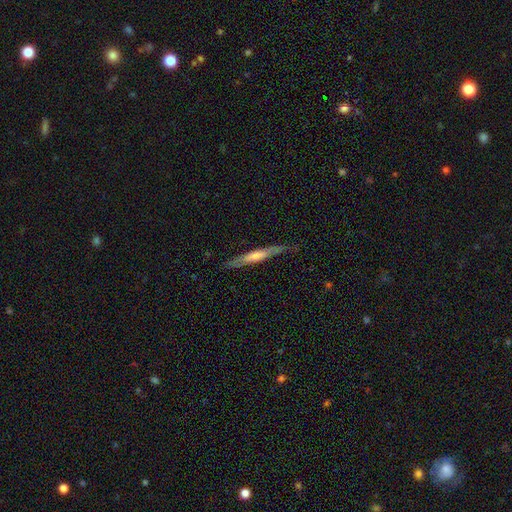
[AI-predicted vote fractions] Smooth or featured? featured or disk (61%)
Edge-on disk? yes (90%)
Edge-on bulge? rounded (46%)
Merging? none (80%)